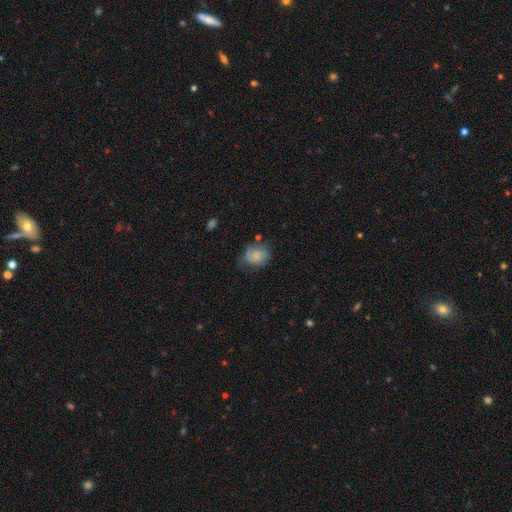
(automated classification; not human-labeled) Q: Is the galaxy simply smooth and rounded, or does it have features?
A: smooth — 68%.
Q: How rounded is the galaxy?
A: round — 51%.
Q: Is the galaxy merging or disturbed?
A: none — 54%.